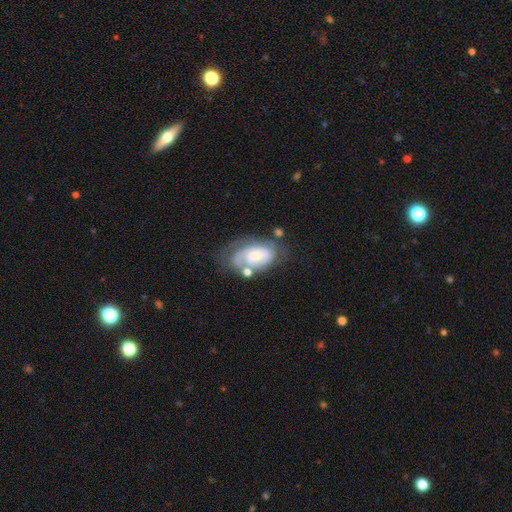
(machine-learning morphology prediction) Q: Smooth or featured?
A: featured or disk (67%); runner-up: smooth (25%)
Q: Edge-on disk?
A: no (96%); runner-up: yes (4%)
Q: Bar?
A: no (70%); runner-up: weak (25%)
Q: Spiral arms?
A: yes (84%); runner-up: no (16%)
Q: Spiral winding?
A: tight (58%); runner-up: medium (30%)
Q: Spiral arm count?
A: 2 (34%); runner-up: can't tell (33%)
Q: Bulge size?
A: small (46%); runner-up: moderate (36%)
Q: Merging?
A: none (50%); runner-up: minor disturbance (24%)